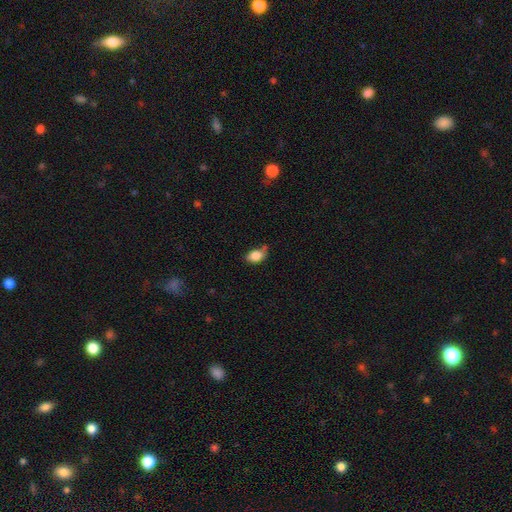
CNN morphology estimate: Smooth or featured? Predicted: smooth (p=0.86). How rounded? Predicted: in between (p=0.86). Merging? Predicted: none (p=0.59).